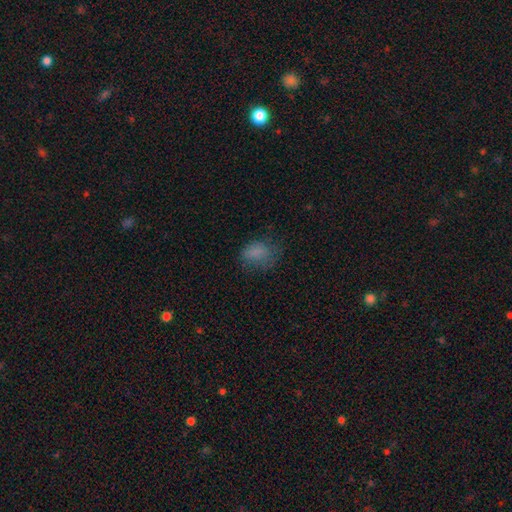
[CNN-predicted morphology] Q: Smooth or featured?
A: smooth (74%); runner-up: star or artifact (15%)
Q: How rounded?
A: in between (71%); runner-up: round (27%)
Q: Merging?
A: none (57%); runner-up: minor disturbance (25%)